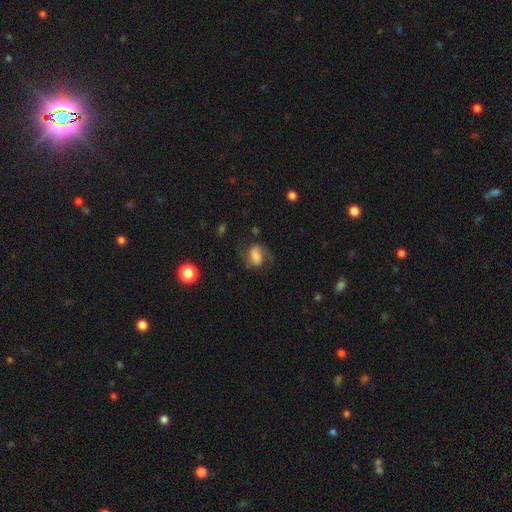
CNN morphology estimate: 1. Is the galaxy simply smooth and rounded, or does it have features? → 60% featured or disk, 30% smooth, 10% star or artifact.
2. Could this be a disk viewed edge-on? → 97% no, 3% yes.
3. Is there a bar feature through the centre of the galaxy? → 41% weak, 31% no, 28% strong.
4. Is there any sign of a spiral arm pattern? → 92% yes, 8% no.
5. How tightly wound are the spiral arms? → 47% medium, 39% loose, 13% tight.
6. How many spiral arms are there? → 89% 2, 5% 1, 4% can't tell, 1% 3, 1% 4, 1% more than 4.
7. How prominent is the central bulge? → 30% large, 26% moderate, 19% small, 17% none, 8% dominant.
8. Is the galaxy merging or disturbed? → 62% none, 19% minor disturbance, 17% major disturbance, 2% merger.